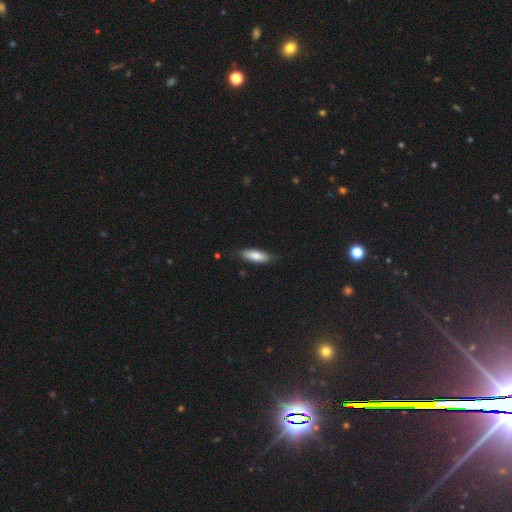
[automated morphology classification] Overall: smooth (80%). How rounded: in between (59%; cigar-shaped 39%). Merging: none (81%).